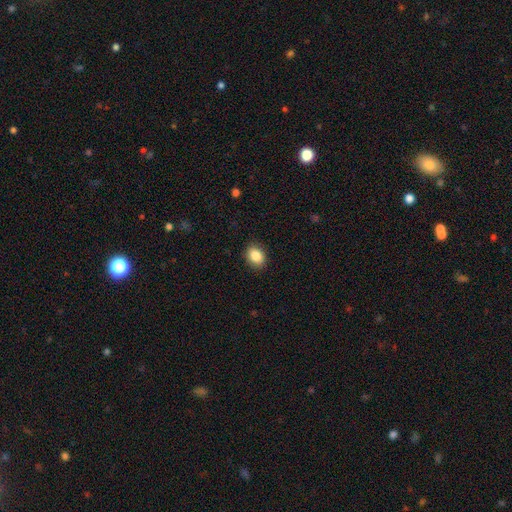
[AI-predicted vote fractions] Q: Smooth or featured?
A: smooth (87%); runner-up: star or artifact (8%)
Q: How rounded?
A: in between (65%); runner-up: round (34%)
Q: Merging?
A: none (88%); runner-up: minor disturbance (9%)